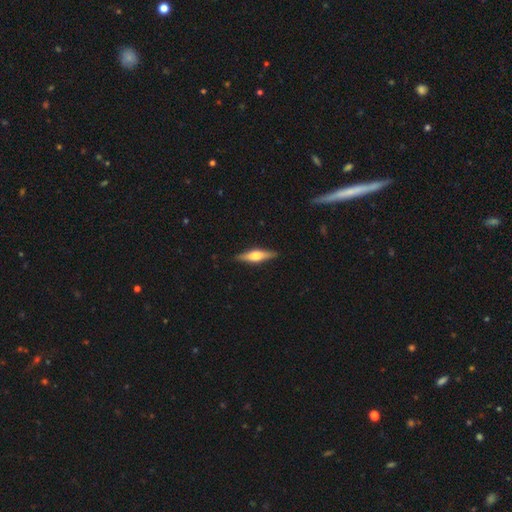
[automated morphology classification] A featured or disk galaxy (57%) viewed edge-on (95%) with a rounded central bulge (90%).

Vote fractions:
- Smooth or featured? featured or disk: 57% / smooth: 37% / star or artifact: 6%
- Edge-on disk? yes: 95% / no: 5%
- Edge-on bulge? rounded: 90% / boxy: 7% / none: 3%
- Merging? none: 89% / minor disturbance: 8% / major disturbance: 2% / merger: 1%